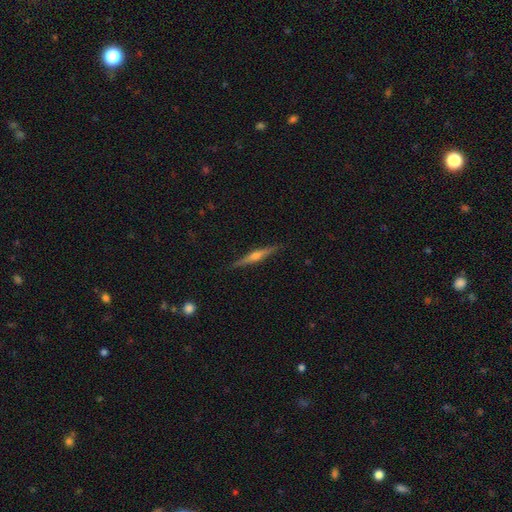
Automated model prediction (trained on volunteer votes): smooth_or_featured: featured or disk (p=0.75) [alt: smooth p=0.19]
disk_edge_on: yes (p=0.98) [alt: no p=0.02]
edge_on_bulge: rounded (p=0.87) [alt: none p=0.07]
merging: none (p=0.90) [alt: minor disturbance p=0.07]